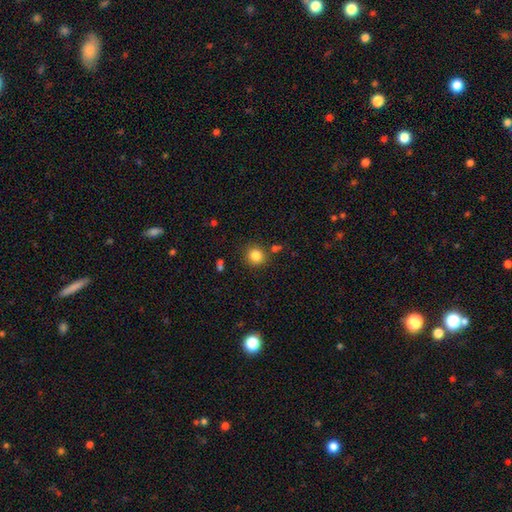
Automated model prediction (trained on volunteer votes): A smooth galaxy with no disk features (84%) that is round (90%). Merging: none (83%).